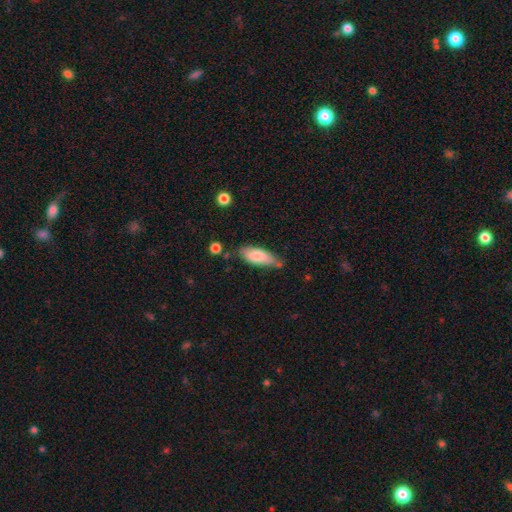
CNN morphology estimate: Q: Smooth or featured?
A: smooth (80%); runner-up: featured or disk (14%)
Q: How rounded?
A: in between (72%); runner-up: cigar-shaped (26%)
Q: Merging?
A: none (66%); runner-up: minor disturbance (24%)